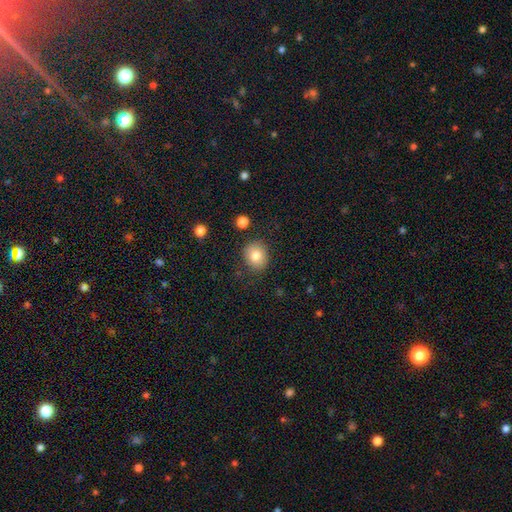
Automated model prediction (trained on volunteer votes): Smooth or featured? Predicted: smooth (p=0.81). How rounded? Predicted: round (p=0.72). Merging? Predicted: none (p=0.83).